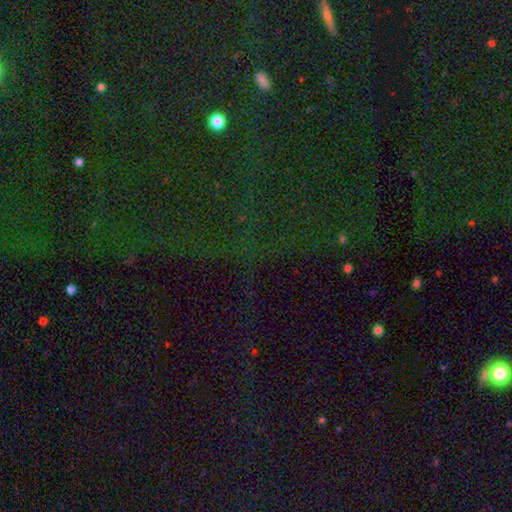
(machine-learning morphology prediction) Smooth or featured? Predicted: star or artifact (p=0.77).